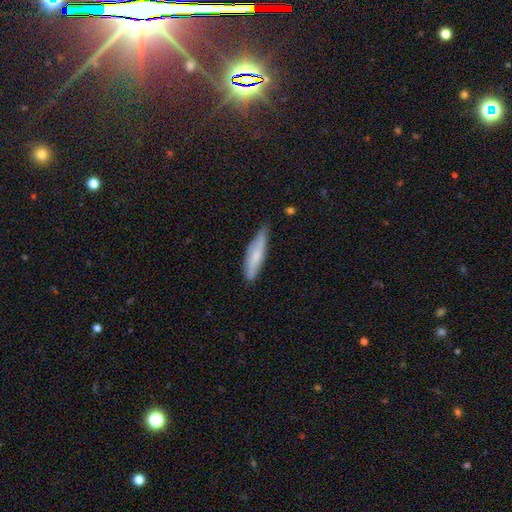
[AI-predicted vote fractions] Smooth or featured?
  - smooth: 63% *
  - featured or disk: 30%
  - star or artifact: 7%
How rounded?
  - cigar-shaped: 73% *
  - in between: 25%
  - round: 2%
Merging?
  - none: 66% *
  - minor disturbance: 28%
  - major disturbance: 4%
  - merger: 2%